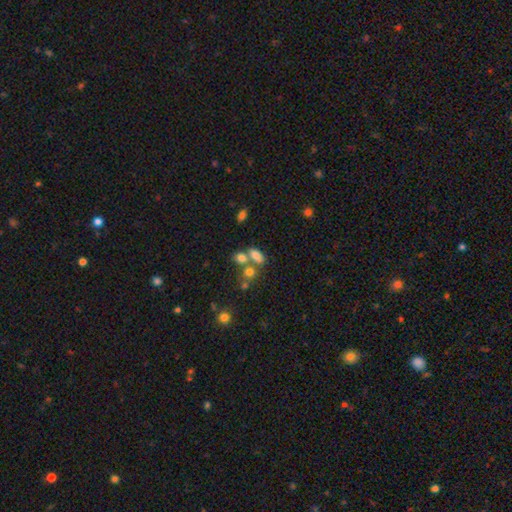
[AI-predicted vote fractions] Smooth or featured?
  - smooth: 72% *
  - featured or disk: 14%
  - star or artifact: 14%
How rounded?
  - in between: 78% *
  - round: 17%
  - cigar-shaped: 5%
Merging?
  - none: 44% *
  - merger: 39%
  - minor disturbance: 12%
  - major disturbance: 6%